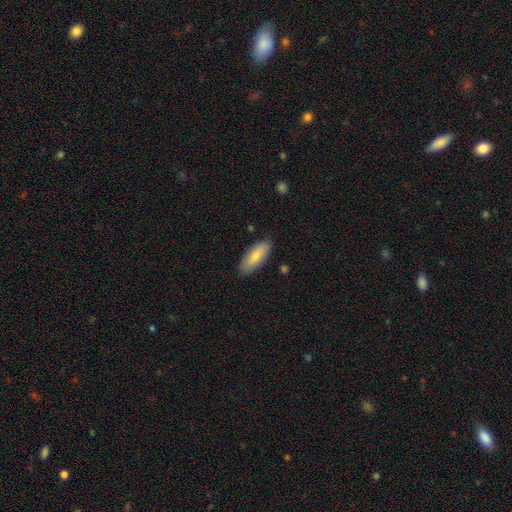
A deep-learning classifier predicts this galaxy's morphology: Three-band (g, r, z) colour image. It shows a smooth galaxy with no disk features (80%) that is in between round and cigar-shaped (74%). Merging: none (86%).